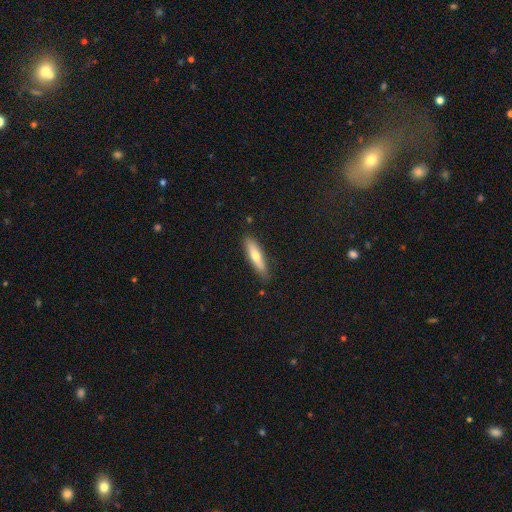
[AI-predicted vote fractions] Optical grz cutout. It shows a smooth galaxy with no disk features (61%) that is cigar-shaped (75%). Merging: none (84%).